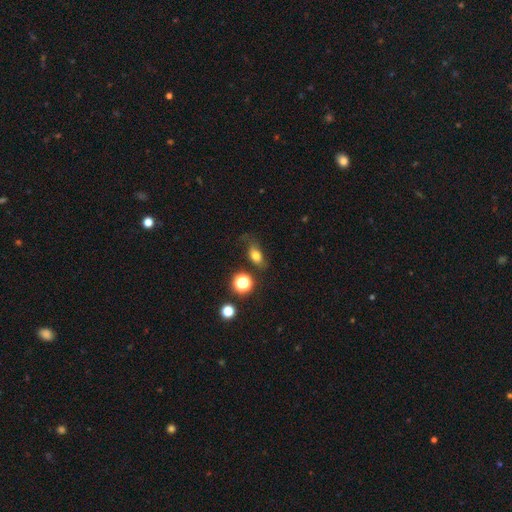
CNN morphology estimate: Q: Smooth or featured?
A: smooth (76%); runner-up: star or artifact (13%)
Q: How rounded?
A: in between (75%); runner-up: round (21%)
Q: Merging?
A: none (61%); runner-up: minor disturbance (24%)